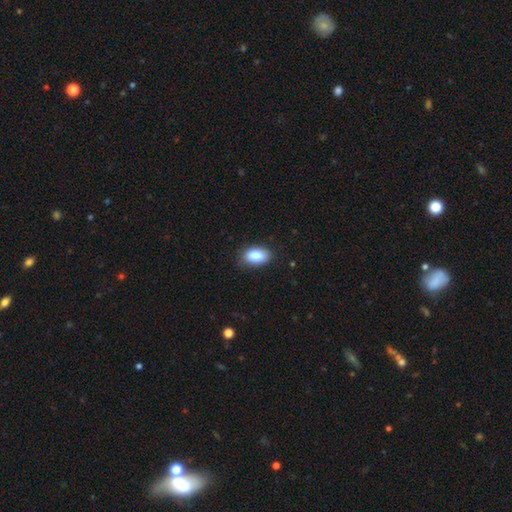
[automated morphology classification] This is clearly a smooth galaxy (87%). How rounded: clearly in between (92%). Merging: clearly none (82%).